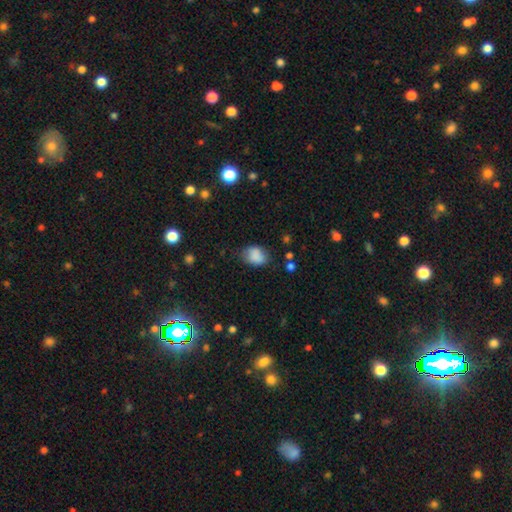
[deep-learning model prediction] smooth 84%, star or artifact 9%, featured or disk 7%. Down the decision tree: how rounded — in between (71%); merging — none (64%).